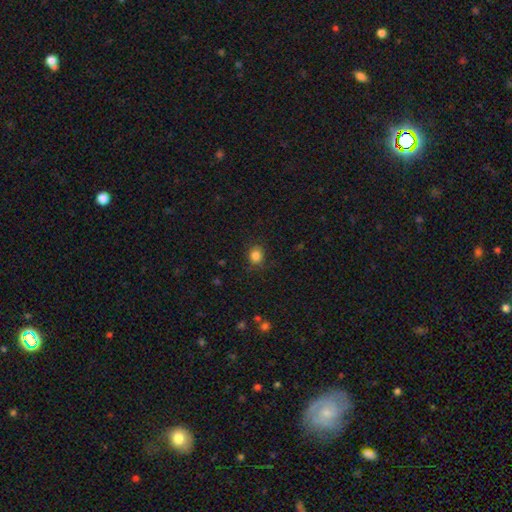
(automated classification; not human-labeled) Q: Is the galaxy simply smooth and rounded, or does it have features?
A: smooth — 85%.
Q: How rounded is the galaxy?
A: round — 68%.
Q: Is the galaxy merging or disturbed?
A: none — 82%.